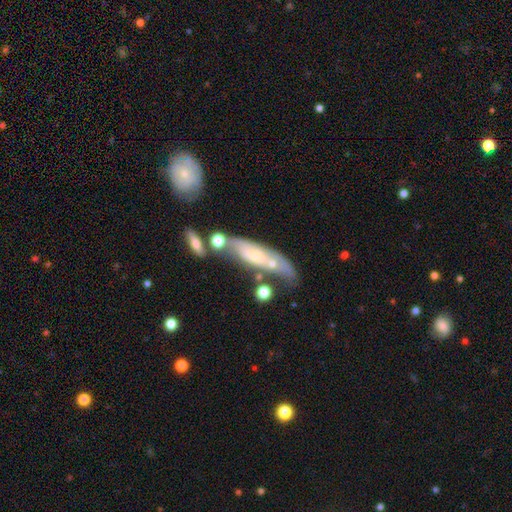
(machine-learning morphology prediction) Smooth or featured?
  - featured or disk: 50% *
  - smooth: 43%
  - star or artifact: 8%
Merging?
  - none: 42% *
  - minor disturbance: 23%
  - merger: 23%
  - major disturbance: 12%